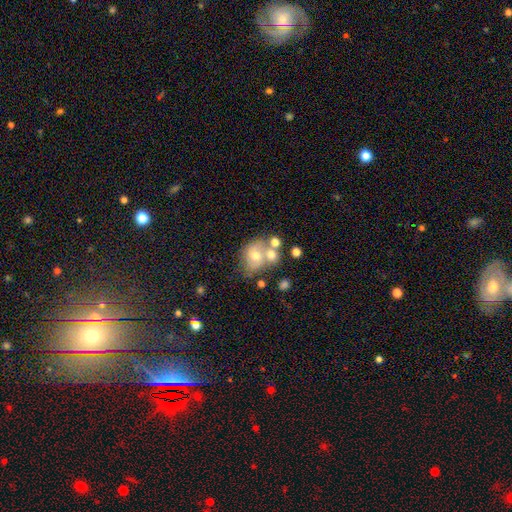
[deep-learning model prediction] A smooth galaxy with no disk features (55%) that is round (60%).

Vote fractions:
- Smooth or featured? smooth: 55% / featured or disk: 34% / star or artifact: 12%
- How rounded? round: 60% / in between: 39% / cigar-shaped: 1%
- Merging? merger: 40% / none: 36% / minor disturbance: 15% / major disturbance: 9%